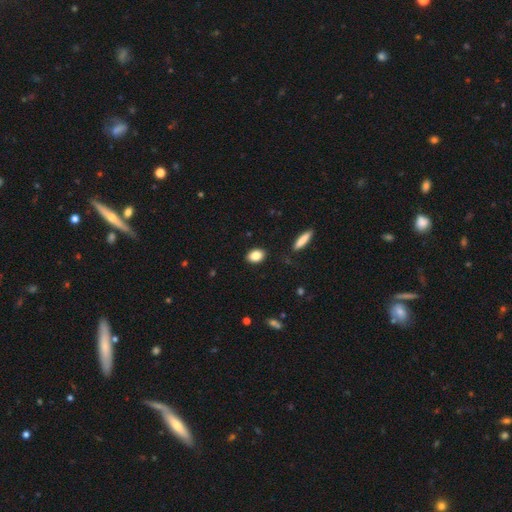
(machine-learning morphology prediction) A smooth galaxy with no disk features (85%) that is in between round and cigar-shaped (77%). Merging: none (88%).